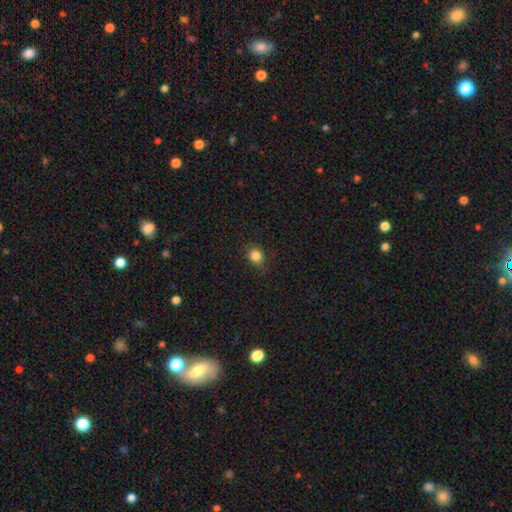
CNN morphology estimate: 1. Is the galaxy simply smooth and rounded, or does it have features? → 84% smooth, 12% star or artifact, 5% featured or disk.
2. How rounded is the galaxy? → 76% round, 23% in between, 1% cigar-shaped.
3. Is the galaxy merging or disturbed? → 82% none, 14% minor disturbance, 3% major disturbance, 1% merger.